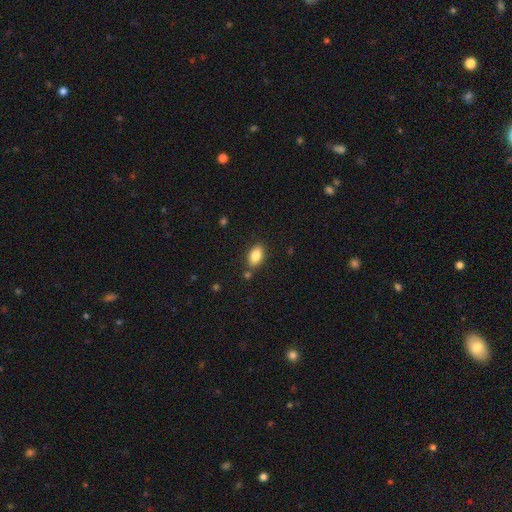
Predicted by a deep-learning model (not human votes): smooth_or_featured: smooth (p=0.82) [alt: featured or disk p=0.10]
how_rounded: in between (p=0.90) [alt: round p=0.08]
merging: none (p=0.81) [alt: minor disturbance p=0.11]